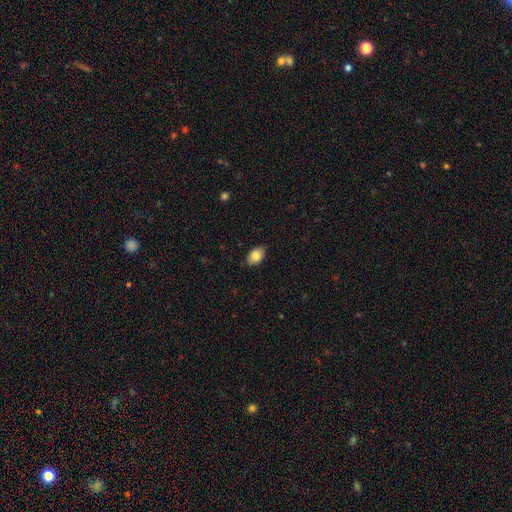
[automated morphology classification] Q: Smooth or featured?
A: smooth (84%); runner-up: featured or disk (9%)
Q: How rounded?
A: in between (88%); runner-up: round (11%)
Q: Merging?
A: none (85%); runner-up: minor disturbance (12%)